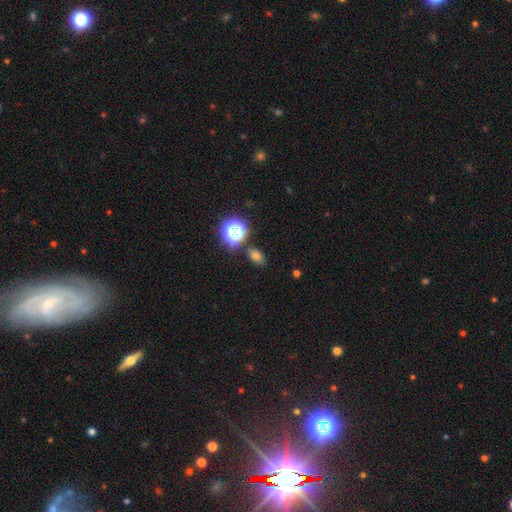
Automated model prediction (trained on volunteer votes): Morphology: type=smooth (69%); roundness=in between (77%); merging=none (82%).